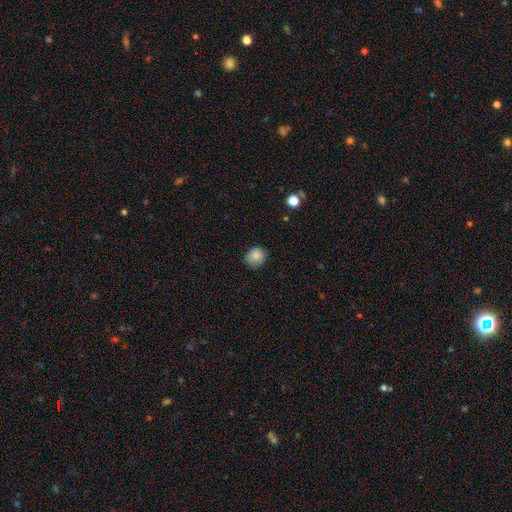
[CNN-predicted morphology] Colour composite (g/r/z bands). It shows a smooth galaxy with no disk features (85%) that is round (83%). Merging: none (82%).